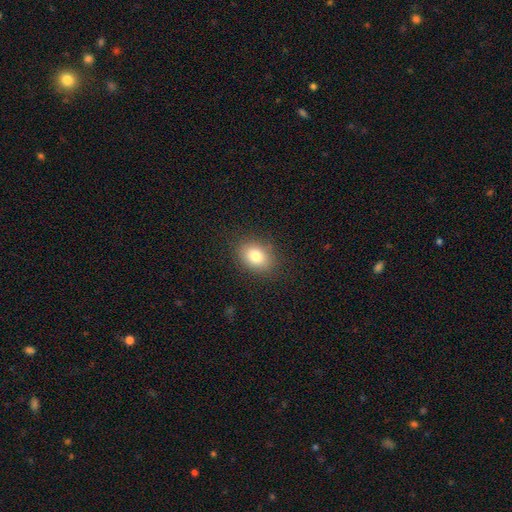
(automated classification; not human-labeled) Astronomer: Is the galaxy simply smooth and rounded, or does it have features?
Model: smooth — 80%.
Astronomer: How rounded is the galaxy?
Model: in between — 67%.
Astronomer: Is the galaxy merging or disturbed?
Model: none — 85%.